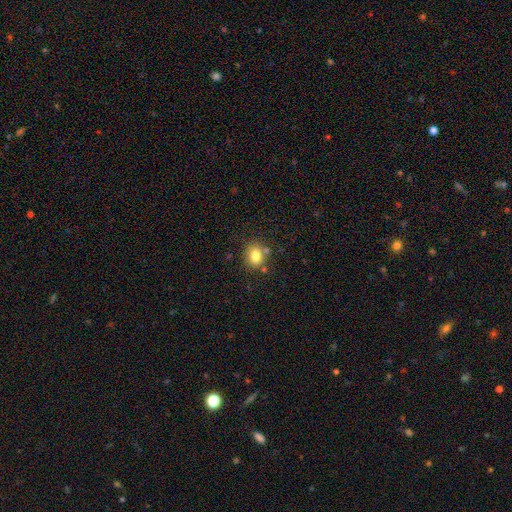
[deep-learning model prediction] This is clearly a smooth galaxy (81%). How rounded: possibly round (58%). Merging: likely none (72%).